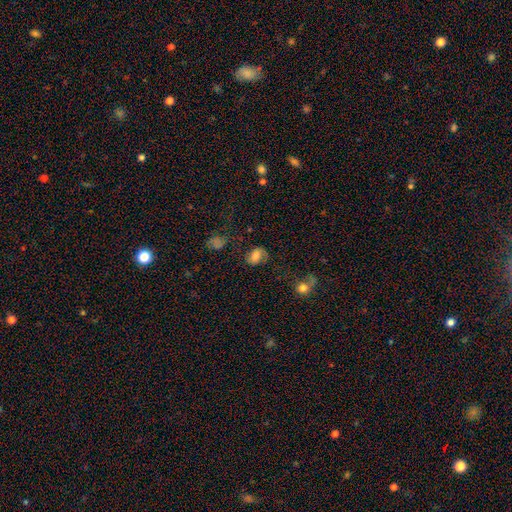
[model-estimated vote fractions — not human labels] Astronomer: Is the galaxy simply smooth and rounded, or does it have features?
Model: smooth — 67%.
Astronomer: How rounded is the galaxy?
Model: in between — 71%.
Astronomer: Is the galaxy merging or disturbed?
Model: none — 64%.